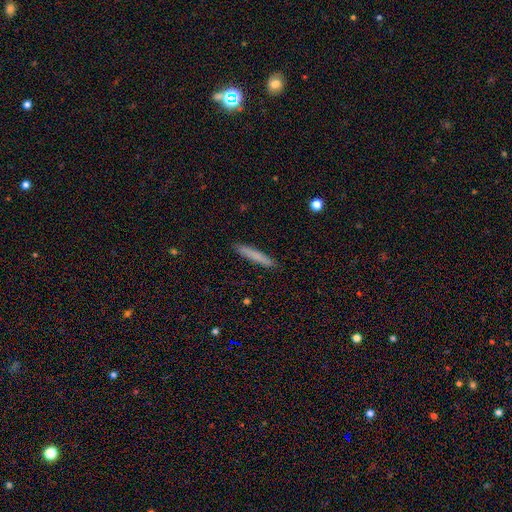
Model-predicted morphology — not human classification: smooth_or_featured: smooth (p=0.77) [alt: featured or disk p=0.16]
how_rounded: cigar-shaped (p=0.95) [alt: in between p=0.04]
merging: none (p=0.91) [alt: minor disturbance p=0.06]